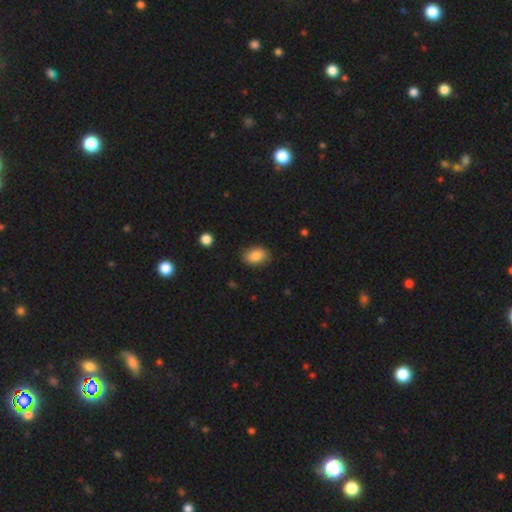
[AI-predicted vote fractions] This appears to be a smooth galaxy with no disk features (84%) that is in between round and cigar-shaped (82%). Merging: none (81%).